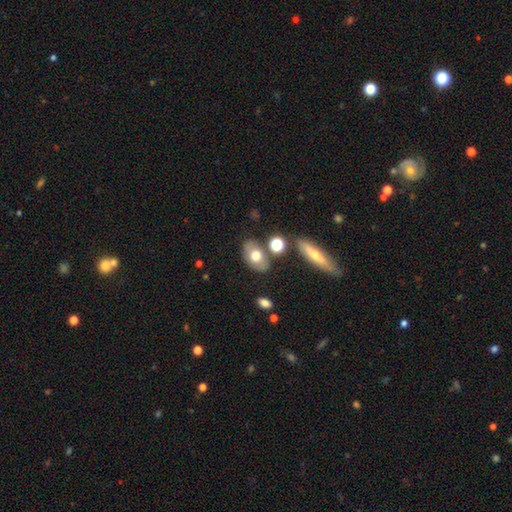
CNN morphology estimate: Q: Smooth or featured?
A: smooth (61%); runner-up: featured or disk (30%)
Q: How rounded?
A: in between (84%); runner-up: round (14%)
Q: Merging?
A: none (71%); runner-up: minor disturbance (15%)